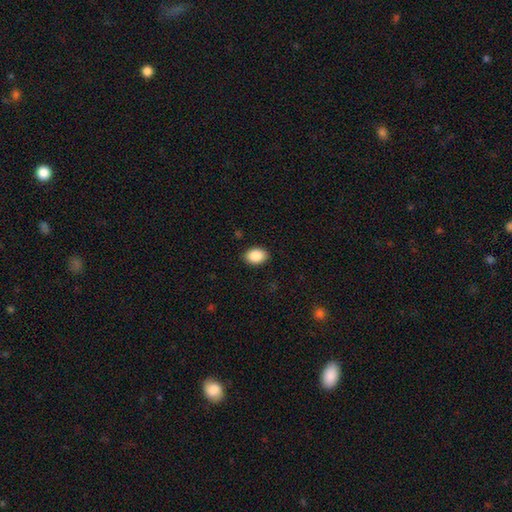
This is clearly a smooth galaxy (95%). How rounded: clearly in between (86%). Merging: clearly none (81%).